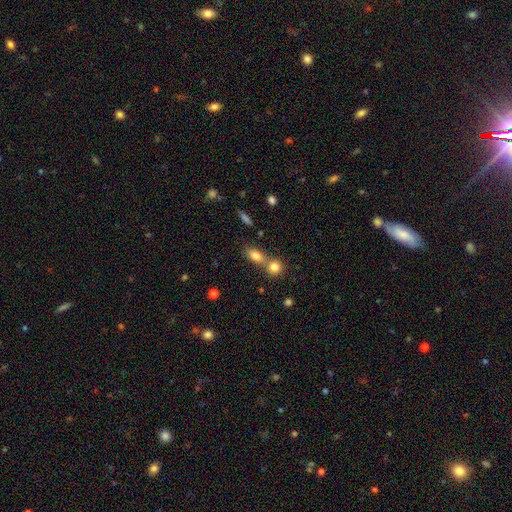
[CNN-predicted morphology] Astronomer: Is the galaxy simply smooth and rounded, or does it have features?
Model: smooth — 80%.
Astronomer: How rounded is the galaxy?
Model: in between — 73%.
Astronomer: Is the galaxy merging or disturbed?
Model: none — 46% (runner-up: merger, 41%).